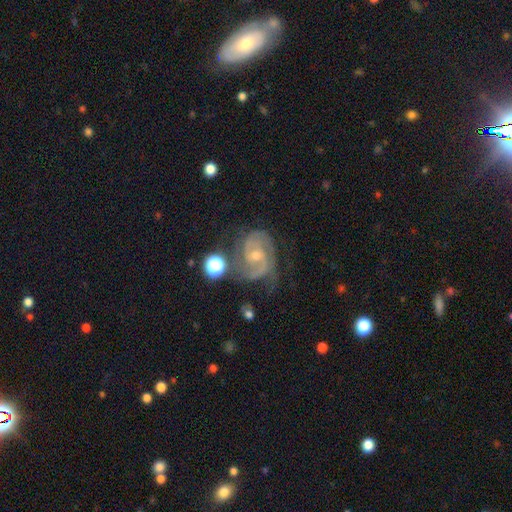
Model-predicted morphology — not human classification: Smooth or featured? Predicted: featured or disk (p=0.87). Edge-on disk? Predicted: no (p=0.98). Bar? Predicted: no (p=0.53). Spiral arms? Predicted: yes (p=0.97). Spiral winding? Predicted: medium (p=0.47). Spiral arm count? Predicted: 2 (p=0.63). Bulge size? Predicted: small (p=0.55). Merging? Predicted: none (p=0.60).